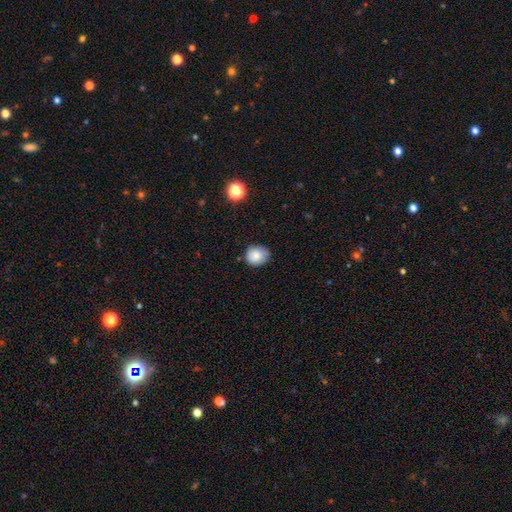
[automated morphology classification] Smooth or featured?
  - smooth: 82% *
  - featured or disk: 9%
  - star or artifact: 9%
How rounded?
  - round: 79% *
  - in between: 20%
  - cigar-shaped: 1%
Merging?
  - none: 77% *
  - minor disturbance: 18%
  - major disturbance: 3%
  - merger: 1%